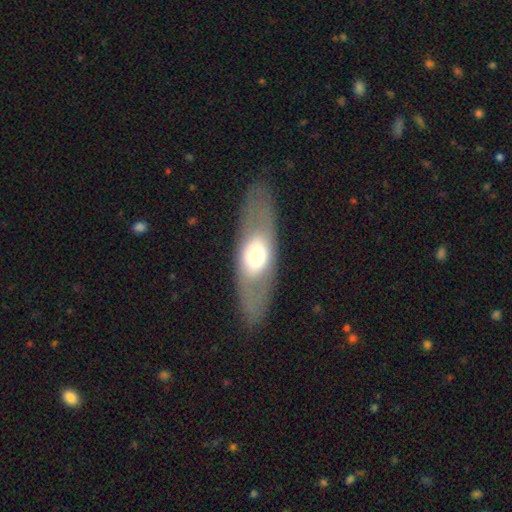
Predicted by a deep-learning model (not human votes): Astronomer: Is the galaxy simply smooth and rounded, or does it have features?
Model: smooth — 48% (runner-up: featured or disk, 46%).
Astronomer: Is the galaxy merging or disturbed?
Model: none — 81%.